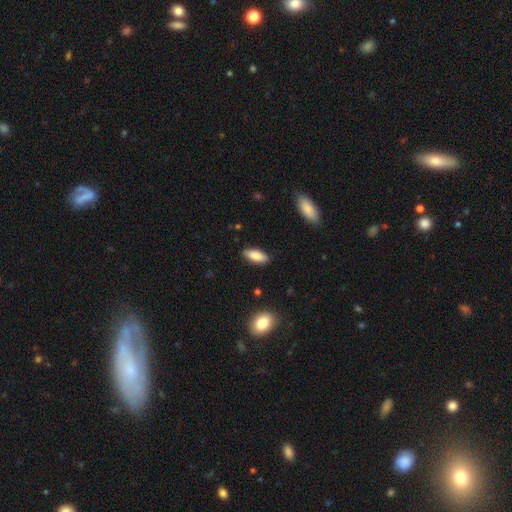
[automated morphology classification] This is clearly a smooth galaxy (84%). How rounded: clearly in between (80%). Merging: clearly none (86%).